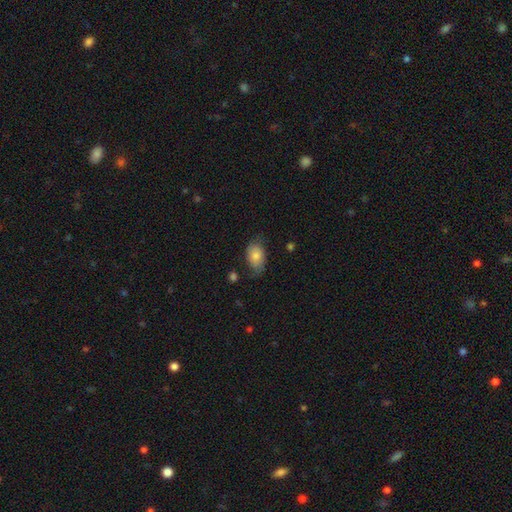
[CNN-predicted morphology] The model was most divided on "merging": none: 59%, minor disturbance: 29%, major disturbance: 10%, merger: 2%. More confident: how rounded — in between (89%); smooth or featured — smooth (74%).